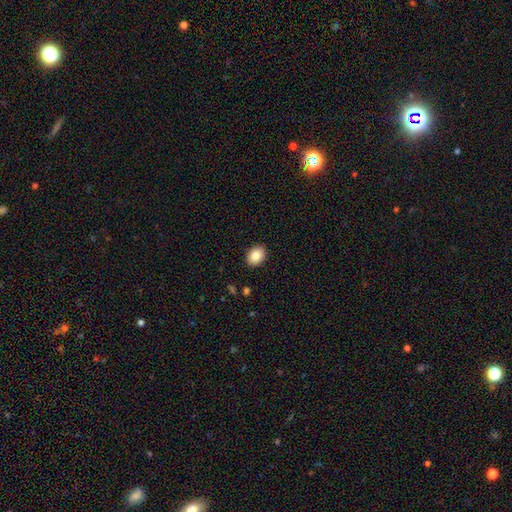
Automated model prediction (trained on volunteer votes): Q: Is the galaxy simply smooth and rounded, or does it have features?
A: smooth — 84%.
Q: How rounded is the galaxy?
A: in between — 61%.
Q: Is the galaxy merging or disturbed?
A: none — 91%.